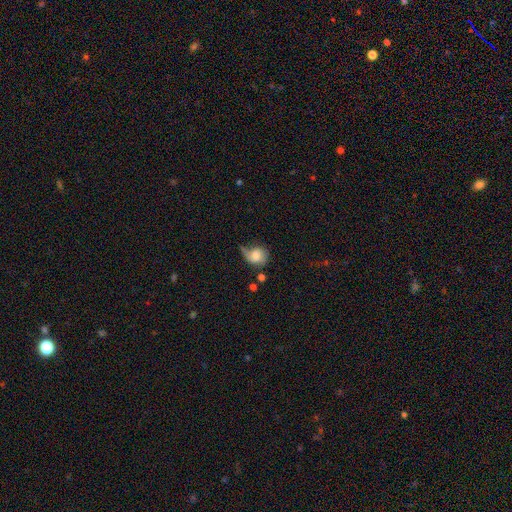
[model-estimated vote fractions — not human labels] Overall: smooth (55%; featured or disk 36%). How rounded: round (62%; in between 37%). Merging: minor disturbance (35%; none 32%).